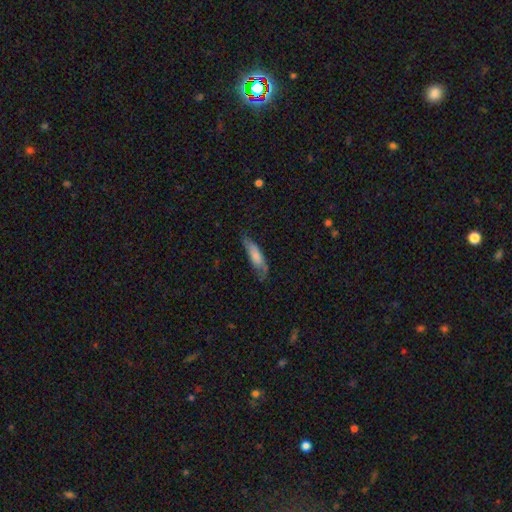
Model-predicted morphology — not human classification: smooth 66%, featured or disk 28%, star or artifact 6%. Down the decision tree: how rounded — cigar-shaped (53%); merging — none (54%).